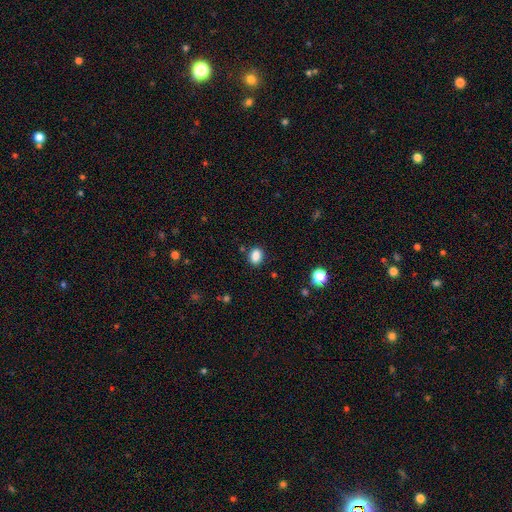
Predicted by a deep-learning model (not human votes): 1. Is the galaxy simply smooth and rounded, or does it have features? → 86% smooth, 10% star or artifact, 4% featured or disk.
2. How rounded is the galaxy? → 66% in between, 33% round, 1% cigar-shaped.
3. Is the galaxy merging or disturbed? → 85% none, 10% minor disturbance, 3% major disturbance, 2% merger.